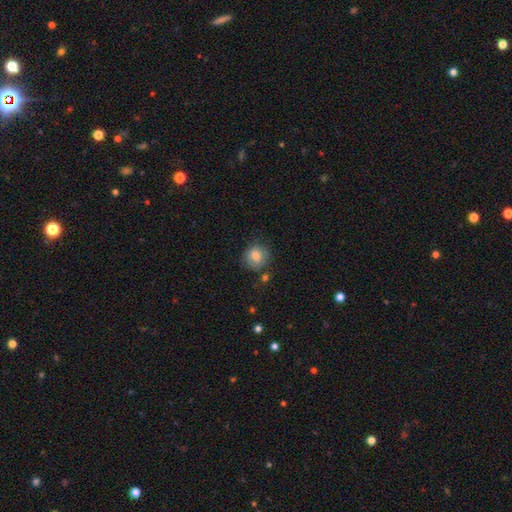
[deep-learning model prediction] A smooth galaxy with no disk features (79%) that is round (81%).

Vote fractions:
- Smooth or featured? smooth: 79% / featured or disk: 12% / star or artifact: 9%
- How rounded? round: 81% / in between: 18% / cigar-shaped: 1%
- Merging? none: 73% / minor disturbance: 18% / major disturbance: 5% / merger: 5%